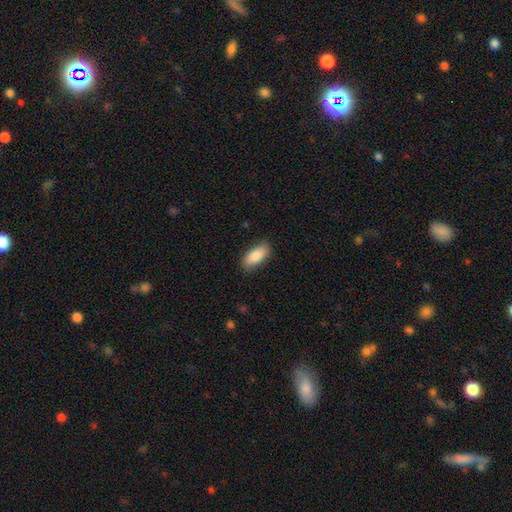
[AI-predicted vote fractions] Overall: smooth (86%). How rounded: in between (87%). Merging: none (86%).